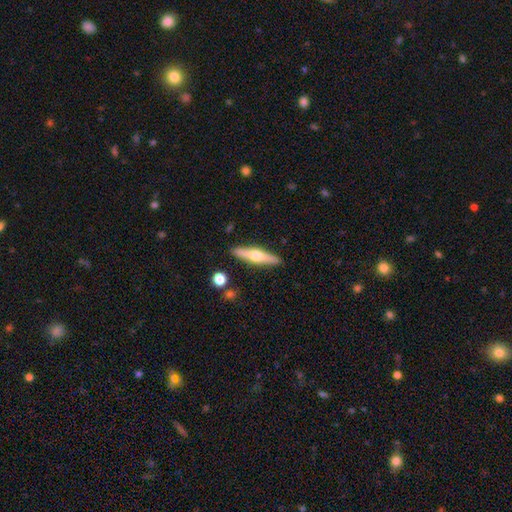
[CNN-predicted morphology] type=featured or disk (56%); edge-on=yes (95%); edge-on bulge=rounded (93%); merging=none (89%).